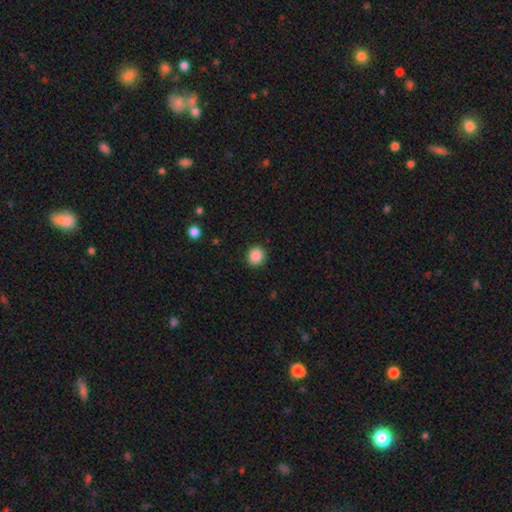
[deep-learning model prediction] smooth_or_featured: smooth (p=0.88) [alt: star or artifact p=0.09]
how_rounded: round (p=0.89) [alt: in between p=0.10]
merging: none (p=0.90) [alt: minor disturbance p=0.07]